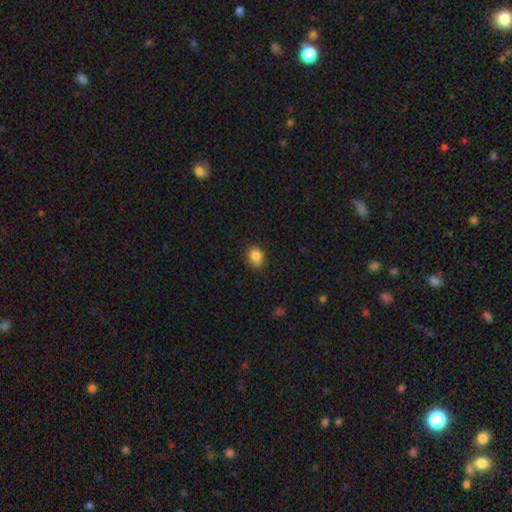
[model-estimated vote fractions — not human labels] This is clearly a smooth galaxy (85%). How rounded: possibly in between (54%). Merging: likely none (78%).